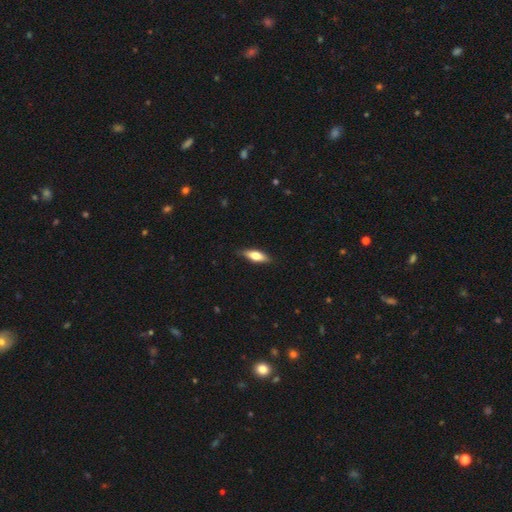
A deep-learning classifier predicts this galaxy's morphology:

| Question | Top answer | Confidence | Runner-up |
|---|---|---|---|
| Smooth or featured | smooth | 65% | featured or disk (29%) |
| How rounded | in between | 57% | cigar-shaped (40%) |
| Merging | none | 86% | minor disturbance (11%) |